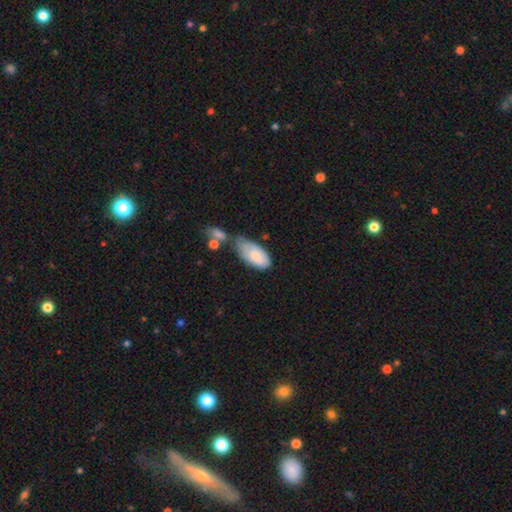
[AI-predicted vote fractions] Smooth or featured? smooth (77%)
How rounded? in between (93%)
Merging? minor disturbance (34%)